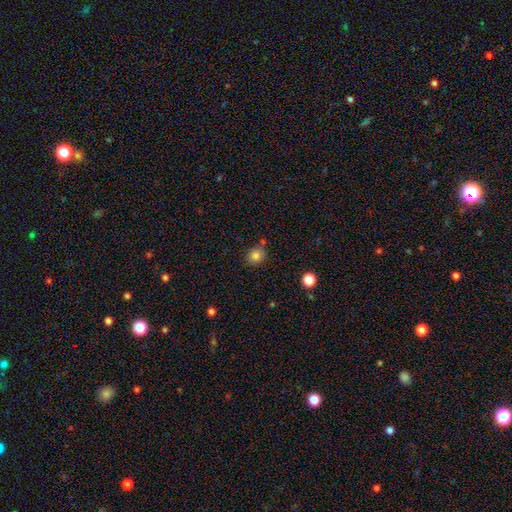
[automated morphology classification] A smooth galaxy with no disk features (82%) that is round (68%).

Vote fractions:
- Smooth or featured? smooth: 82% / star or artifact: 11% / featured or disk: 6%
- How rounded? round: 68% / in between: 31% / cigar-shaped: 1%
- Merging? none: 74% / minor disturbance: 15% / merger: 9% / major disturbance: 3%